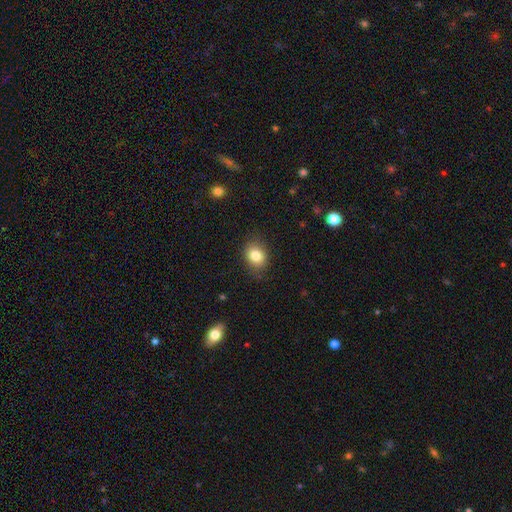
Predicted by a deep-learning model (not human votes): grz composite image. It shows a smooth galaxy with no disk features (83%) that is in between round and cigar-shaped (58%). Merging: none (81%).